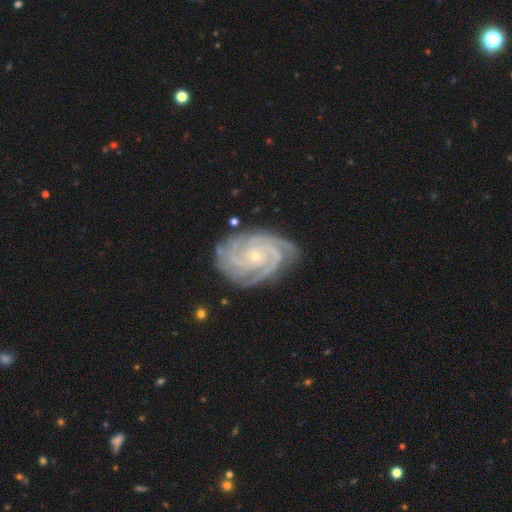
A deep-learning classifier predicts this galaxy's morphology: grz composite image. It shows a featured or disk galaxy (91%) with no bar (76%), 4 (31%, tied with 3) tight (79%) spiral arms (99%) and a small central bulge (80%). Merging: none (79%).